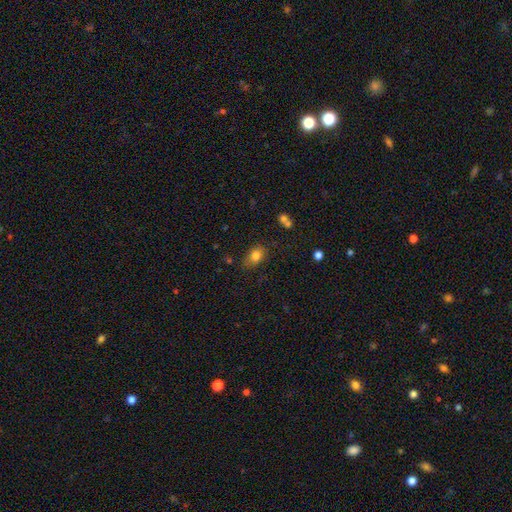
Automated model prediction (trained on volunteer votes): This appears to be a smooth galaxy with no disk features (81%) that is in between round and cigar-shaped (75%). Merging: none (69%).